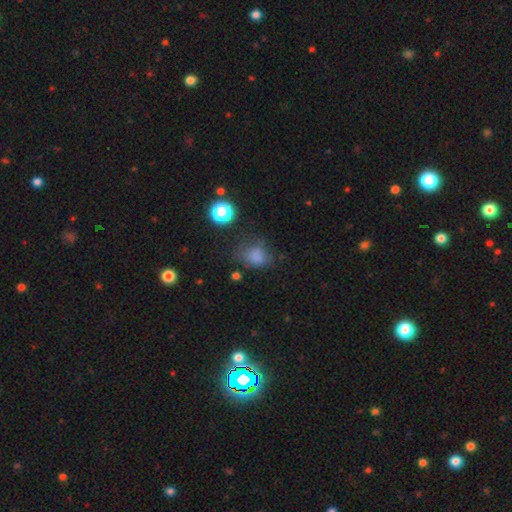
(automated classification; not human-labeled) This appears to be a smooth galaxy with no disk features (73%) that is in between round and cigar-shaped (56%). Merging: none (46%).